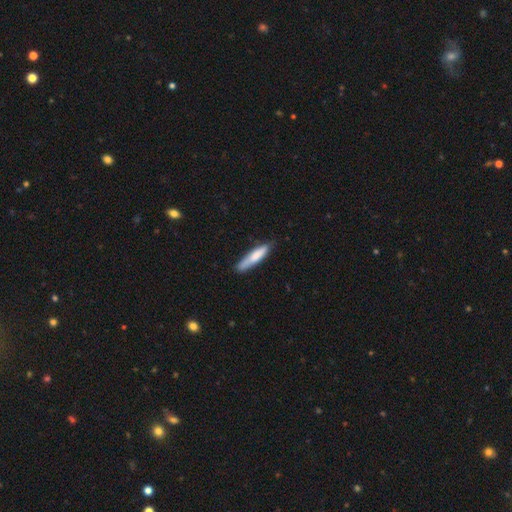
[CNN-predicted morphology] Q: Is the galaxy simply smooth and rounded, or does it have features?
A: smooth — 75%.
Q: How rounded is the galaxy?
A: cigar-shaped — 86%.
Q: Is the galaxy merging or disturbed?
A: none — 74%.